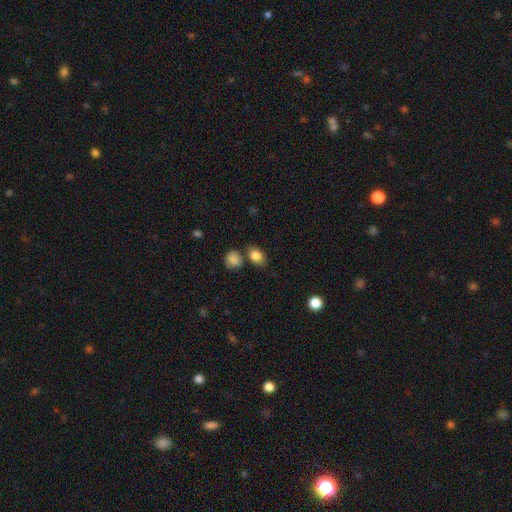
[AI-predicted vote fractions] Q: Smooth or featured?
A: smooth (84%); runner-up: star or artifact (9%)
Q: How rounded?
A: in between (72%); runner-up: round (26%)
Q: Merging?
A: none (67%); runner-up: minor disturbance (15%)